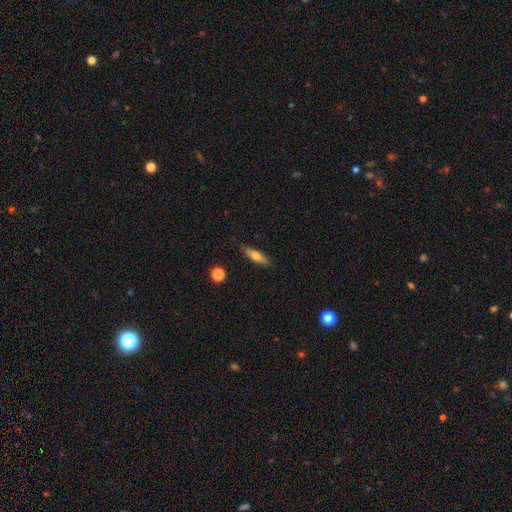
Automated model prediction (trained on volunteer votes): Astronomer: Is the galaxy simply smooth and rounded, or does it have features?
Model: smooth — 60%.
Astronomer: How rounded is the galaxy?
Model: cigar-shaped — 67%.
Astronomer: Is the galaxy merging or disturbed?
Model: none — 86%.